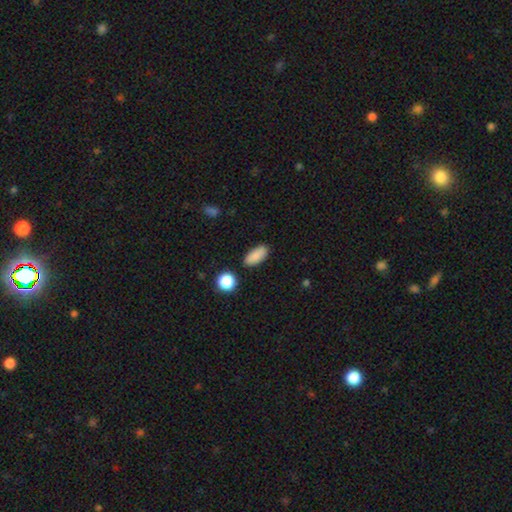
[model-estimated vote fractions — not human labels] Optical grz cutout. It shows a smooth galaxy with no disk features (86%) that is in between round and cigar-shaped (87%). Merging: none (86%).